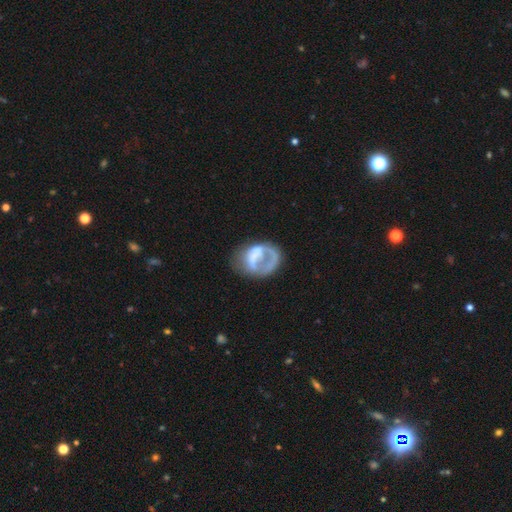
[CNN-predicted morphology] featured or disk 52%, smooth 40%, star or artifact 9%. Down the decision tree: edge-on disk — no (97%); bar — no (74%); spiral arms — no (67%); bulge size — none (56%); merging — major disturbance (42%).